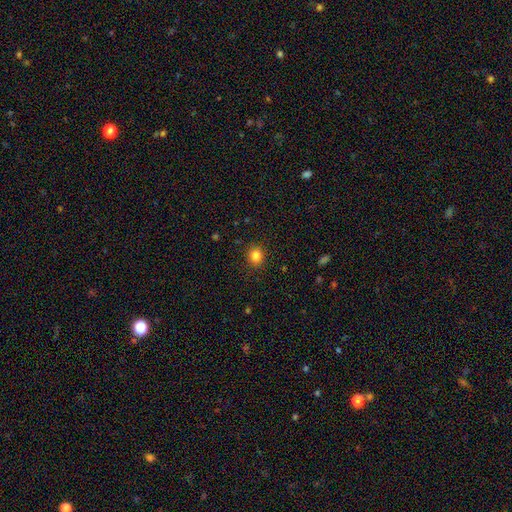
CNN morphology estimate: Smooth or featured? Predicted: smooth (p=0.84). How rounded? Predicted: round (p=0.74). Merging? Predicted: none (p=0.89).